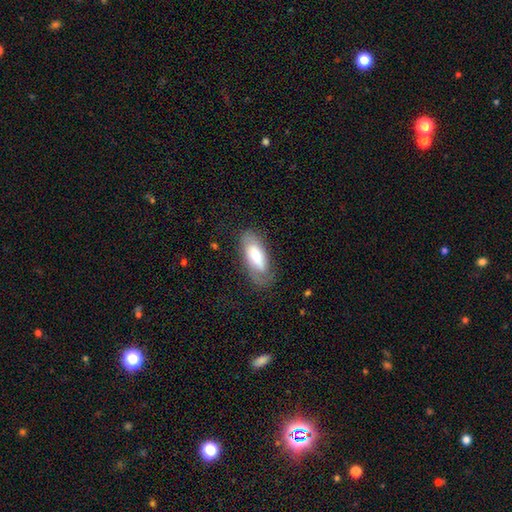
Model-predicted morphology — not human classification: smooth 60%, featured or disk 34%, star or artifact 6%. Down the decision tree: how rounded — in between (79%); merging — none (65%).